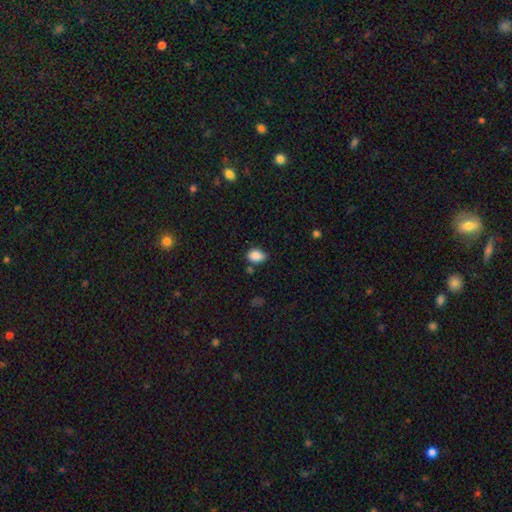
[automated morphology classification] Smooth or featured: smooth — 87% (star or artifact — 9%)
How rounded: in between — 79% (round — 19%)
Merging: none — 70% (minor disturbance — 21%)